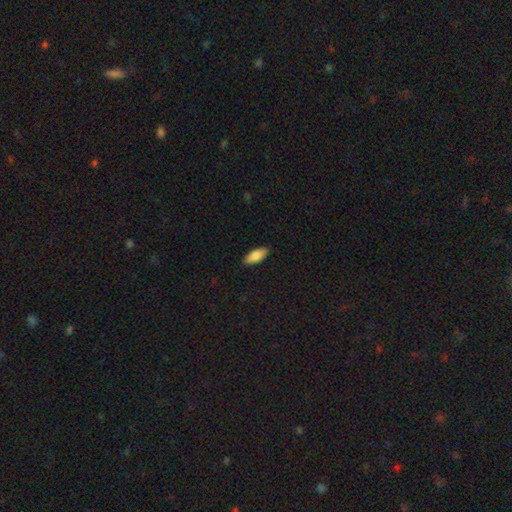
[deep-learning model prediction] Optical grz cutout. It shows a smooth galaxy with no disk features (87%) that is in between round and cigar-shaped (81%). Merging: none (89%).